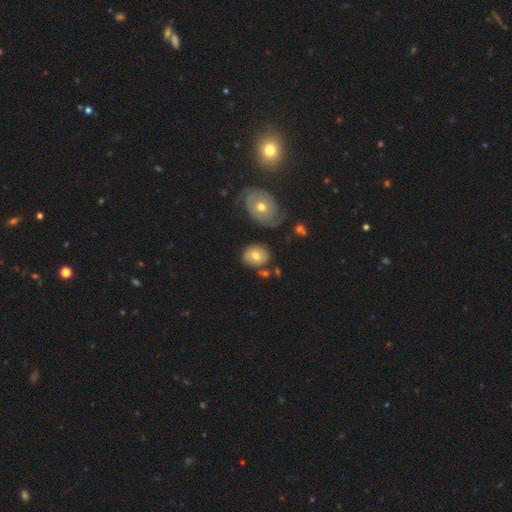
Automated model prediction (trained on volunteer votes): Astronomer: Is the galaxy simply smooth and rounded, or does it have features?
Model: smooth — 66%.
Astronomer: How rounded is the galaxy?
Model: in between — 50% (runner-up: round, 49%).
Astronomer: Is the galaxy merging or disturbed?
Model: none — 68%.